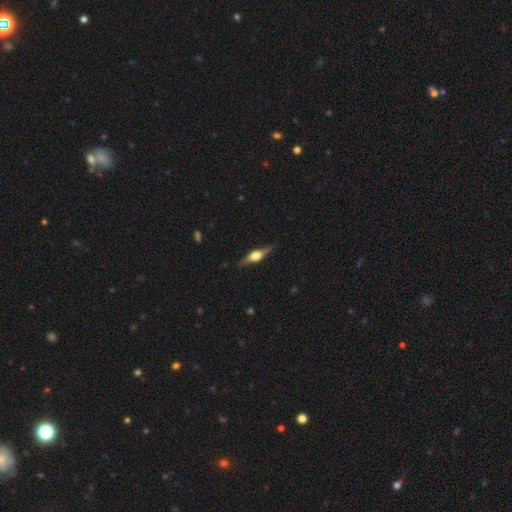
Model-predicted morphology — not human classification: This appears to be a featured or disk galaxy (74%) viewed edge-on (97%) with a rounded central bulge (92%). Merging: none (86%).